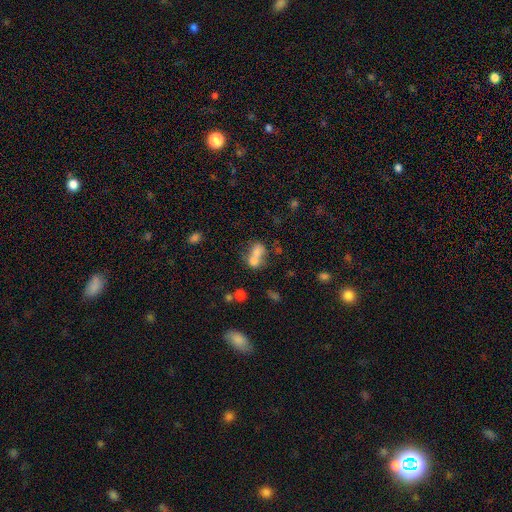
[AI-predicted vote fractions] smooth_or_featured: smooth (p=0.69) [alt: featured or disk p=0.19]
how_rounded: in between (p=0.57) [alt: round p=0.41]
merging: merger (p=0.70) [alt: none p=0.20]